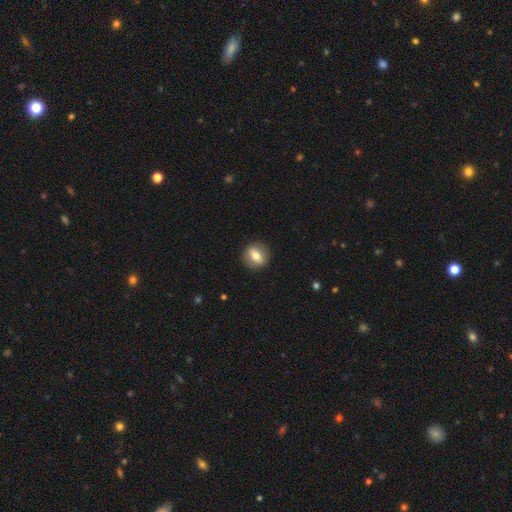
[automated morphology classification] This is likely a smooth galaxy (63%). How rounded: likely round (65%). Merging: clearly none (88%).